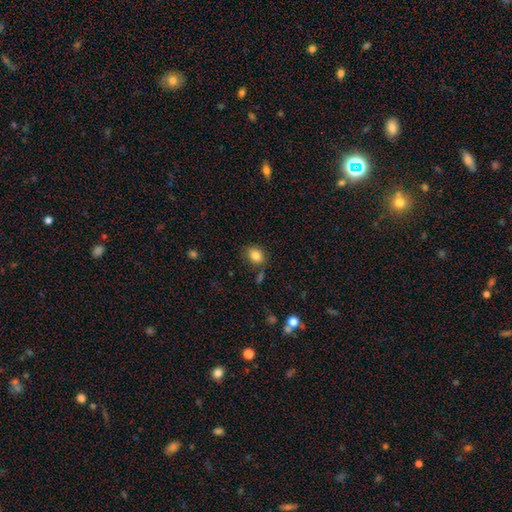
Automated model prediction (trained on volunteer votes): The model was most divided on "how rounded": in between: 51%, round: 48%, cigar-shaped: 1%. More confident: smooth or featured — smooth (83%); merging — none (77%).